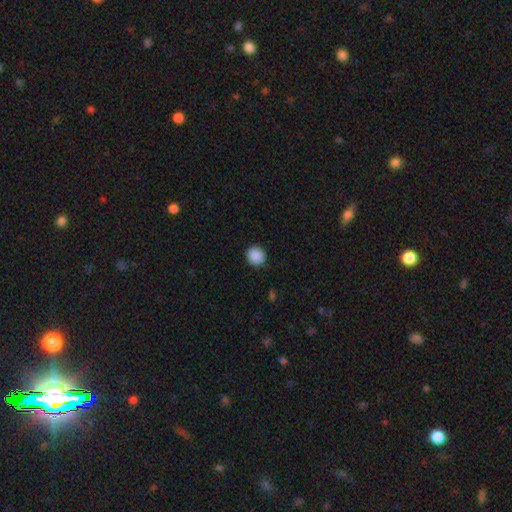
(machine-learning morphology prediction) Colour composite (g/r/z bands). It shows a smooth galaxy with no disk features (90%) that is round (87%). Merging: none (91%).